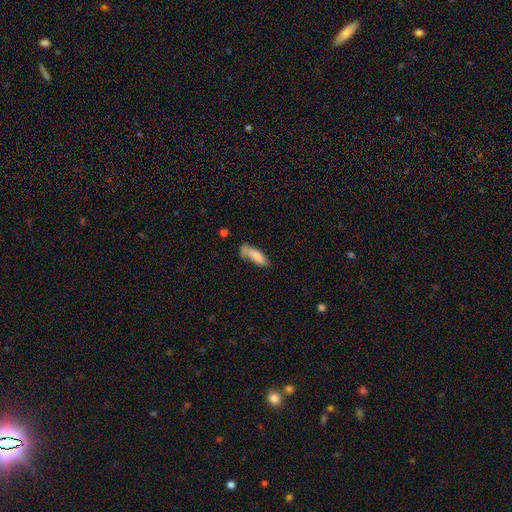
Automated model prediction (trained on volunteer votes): Smooth or featured? Predicted: smooth (p=0.79). How rounded? Predicted: in between (p=0.55). Merging? Predicted: none (p=0.49).